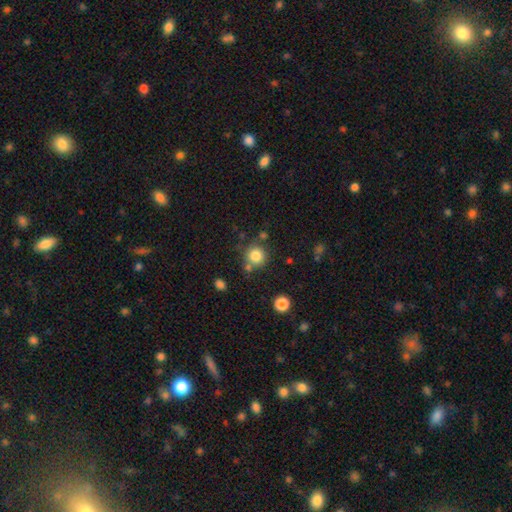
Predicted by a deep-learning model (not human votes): smooth 82%, star or artifact 11%, featured or disk 7%. Down the decision tree: how rounded — round (92%); merging — none (73%).